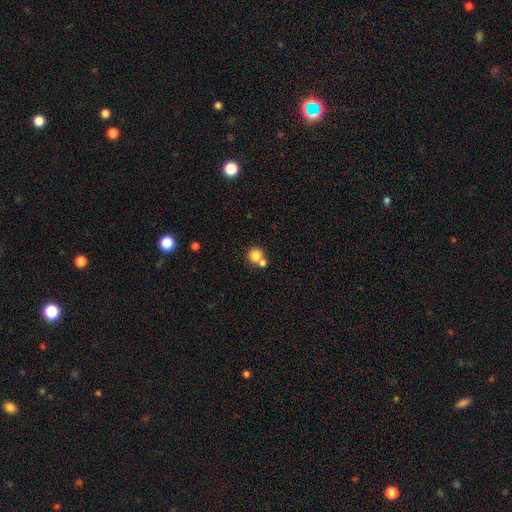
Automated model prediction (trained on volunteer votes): A smooth galaxy with no disk features (81%) that is round (90%). Merging: none (48%).